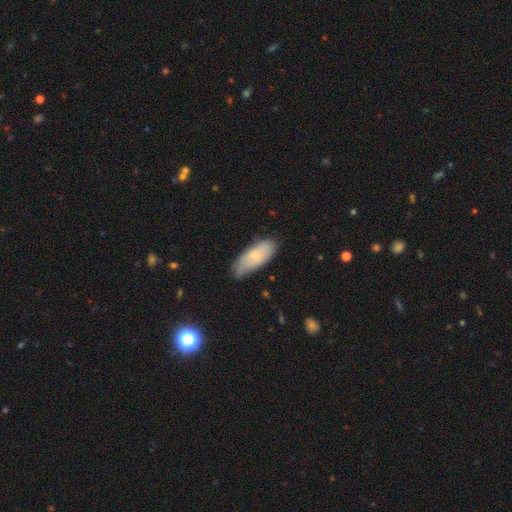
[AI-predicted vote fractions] smooth-or-featured: smooth: 69% | featured or disk: 24% | star or artifact: 7%
  how-rounded: in between: 81% | cigar-shaped: 18% | round: 2%
  merging: none: 66% | minor disturbance: 28% | major disturbance: 5% | merger: 2%